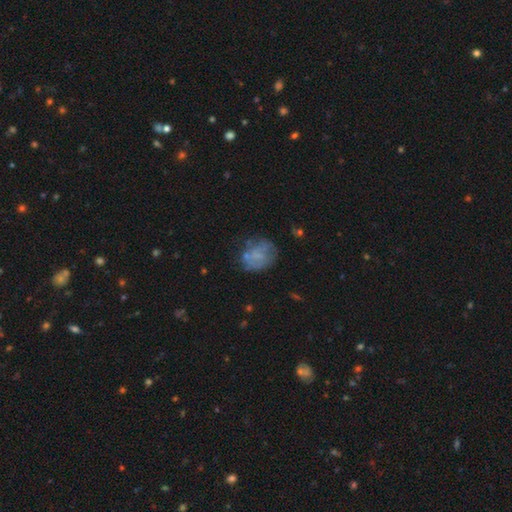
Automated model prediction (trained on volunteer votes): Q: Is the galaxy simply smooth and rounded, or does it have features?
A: smooth — 48%.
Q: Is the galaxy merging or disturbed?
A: none — 58%.